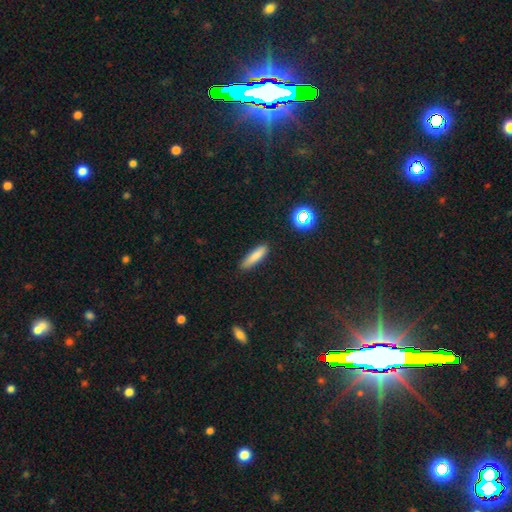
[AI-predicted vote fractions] Smooth or featured?
  - smooth: 81% *
  - star or artifact: 10%
  - featured or disk: 9%
How rounded?
  - cigar-shaped: 74% *
  - in between: 24%
  - round: 2%
Merging?
  - none: 86% *
  - minor disturbance: 11%
  - major disturbance: 2%
  - merger: 1%